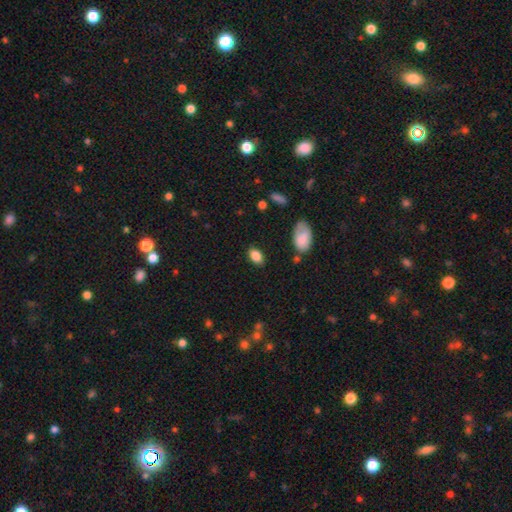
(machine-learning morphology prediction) Overall: smooth (86%). How rounded: in between (90%). Merging: none (84%).